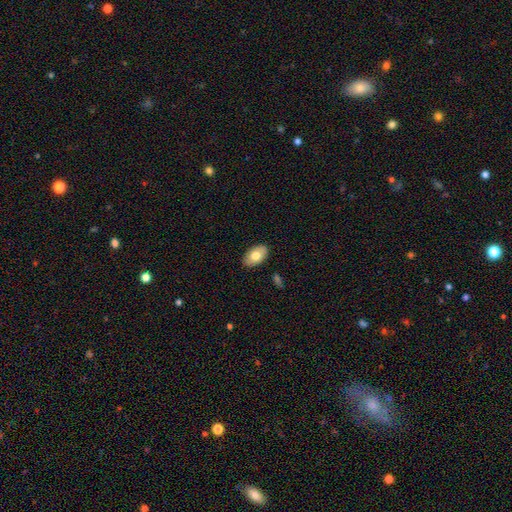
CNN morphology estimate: smooth_or_featured: smooth (p=0.74) [alt: featured or disk p=0.20]
how_rounded: in between (p=0.92) [alt: round p=0.06]
merging: none (p=0.87) [alt: minor disturbance p=0.10]